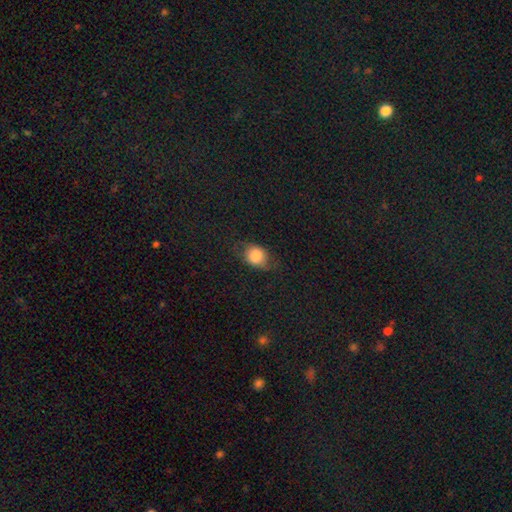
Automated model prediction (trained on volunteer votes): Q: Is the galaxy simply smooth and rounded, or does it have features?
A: smooth — 78%.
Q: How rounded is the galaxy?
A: round — 50%.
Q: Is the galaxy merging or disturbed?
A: none — 69%.